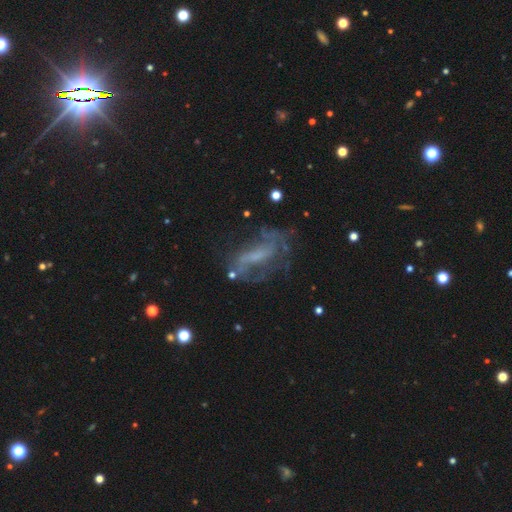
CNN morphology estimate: Smooth or featured?
  - featured or disk: 63% *
  - smooth: 19%
  - star or artifact: 18%
Edge-on disk?
  - no: 88% *
  - yes: 12%
Bar?
  - no: 40% *
  - weak: 37%
  - strong: 23%
Spiral arms?
  - yes: 61% *
  - no: 39%
Bulge size?
  - none: 39% *
  - small: 36%
  - moderate: 20%
  - large: 3%
  - dominant: 1%
Merging?
  - none: 53% *
  - major disturbance: 23%
  - minor disturbance: 20%
  - merger: 5%